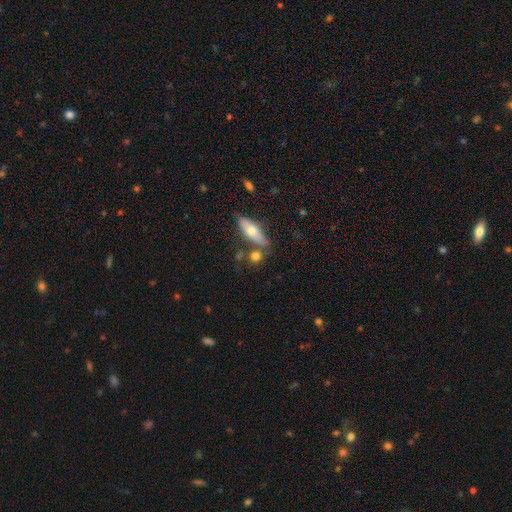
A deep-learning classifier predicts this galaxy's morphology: Smooth or featured?
  - smooth: 65% *
  - featured or disk: 25%
  - star or artifact: 10%
How rounded?
  - in between: 40% *
  - round: 36%
  - cigar-shaped: 24%
Merging?
  - none: 66% *
  - merger: 17%
  - minor disturbance: 13%
  - major disturbance: 4%